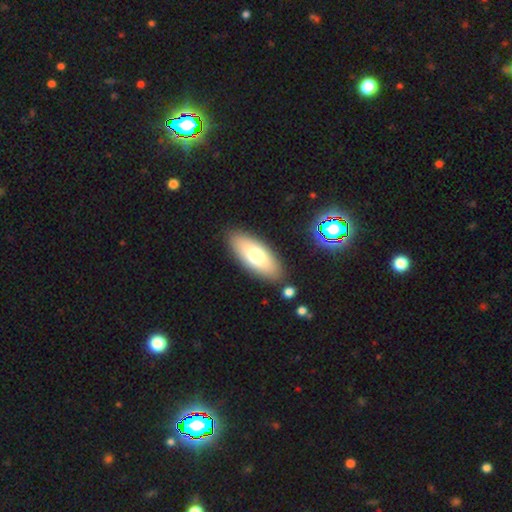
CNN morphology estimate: smooth-or-featured: smooth: 70% | featured or disk: 23% | star or artifact: 7%
  how-rounded: in between: 81% | cigar-shaped: 17% | round: 3%
  merging: none: 86% | minor disturbance: 8% | merger: 3% | major disturbance: 2%